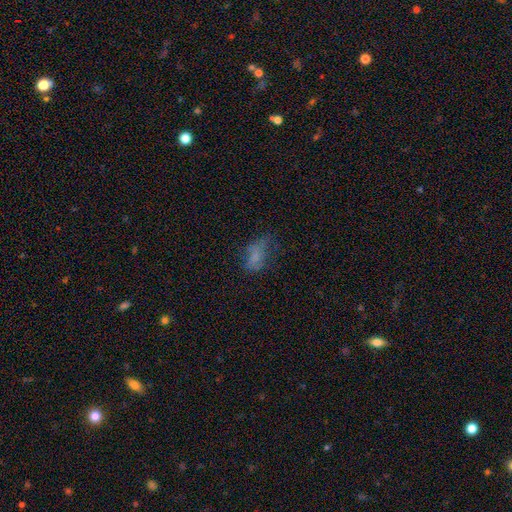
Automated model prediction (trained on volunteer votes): smooth-or-featured: smooth: 60% | featured or disk: 22% | star or artifact: 18%
  how-rounded: in between: 86% | round: 9% | cigar-shaped: 6%
  merging: none: 40% | major disturbance: 29% | minor disturbance: 28% | merger: 3%